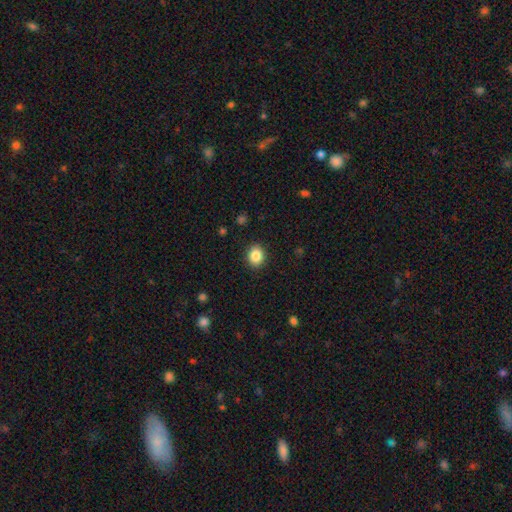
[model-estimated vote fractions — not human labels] A smooth galaxy with no disk features (86%) that is round (63%).

Vote fractions:
- Smooth or featured? smooth: 86% / star or artifact: 9% / featured or disk: 5%
- How rounded? round: 63% / in between: 36% / cigar-shaped: 1%
- Merging? none: 89% / minor disturbance: 7% / major disturbance: 2% / merger: 1%